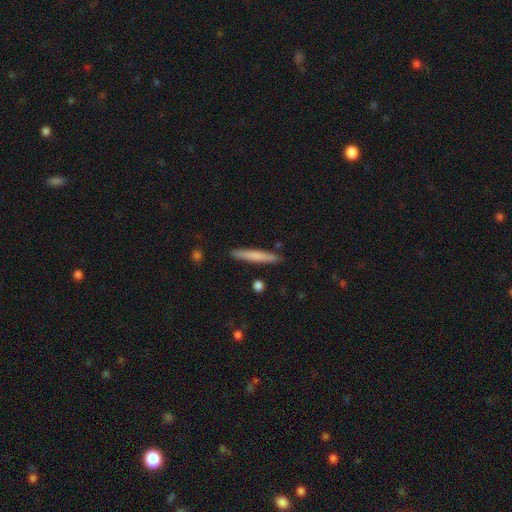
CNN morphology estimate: Smooth or featured: smooth — 70% (featured or disk — 25%)
How rounded: cigar-shaped — 95% (in between — 4%)
Merging: none — 88% (minor disturbance — 8%)